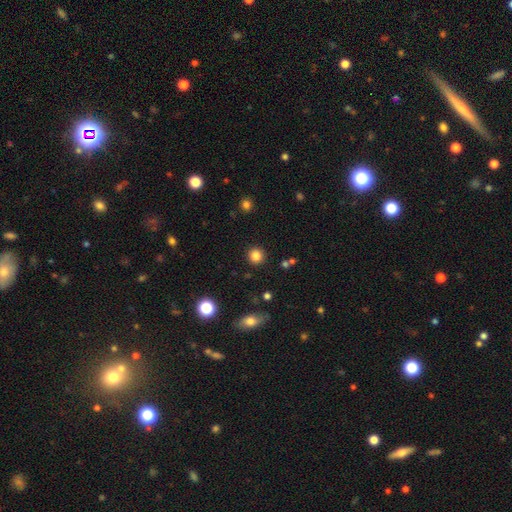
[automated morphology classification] A smooth galaxy with no disk features (84%) that is round (92%). Merging: none (90%).